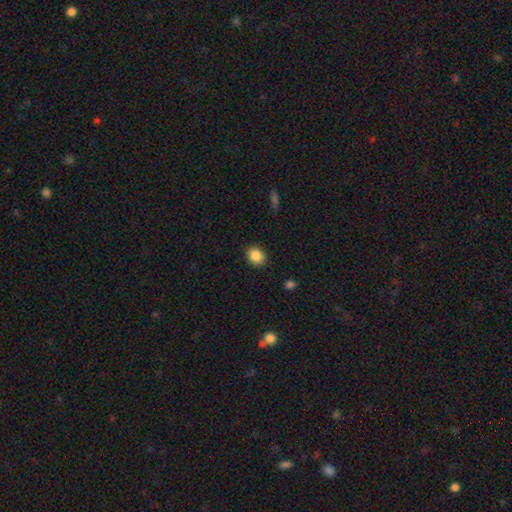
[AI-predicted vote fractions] smooth 87%, star or artifact 9%, featured or disk 4%. Down the decision tree: how rounded — round (54%); merging — none (88%).